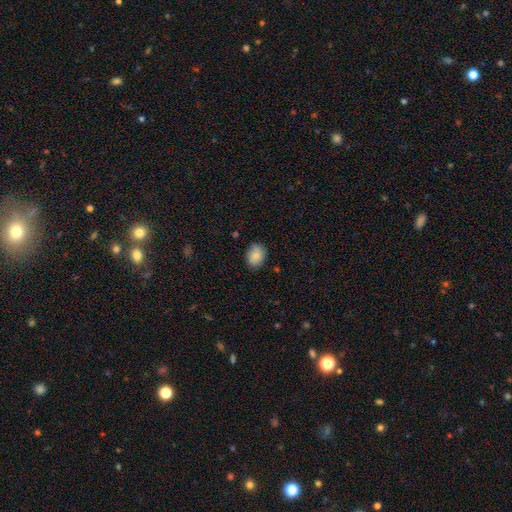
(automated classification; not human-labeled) smooth 80%, featured or disk 12%, star or artifact 8%. Down the decision tree: how rounded — in between (59%); merging — none (81%).